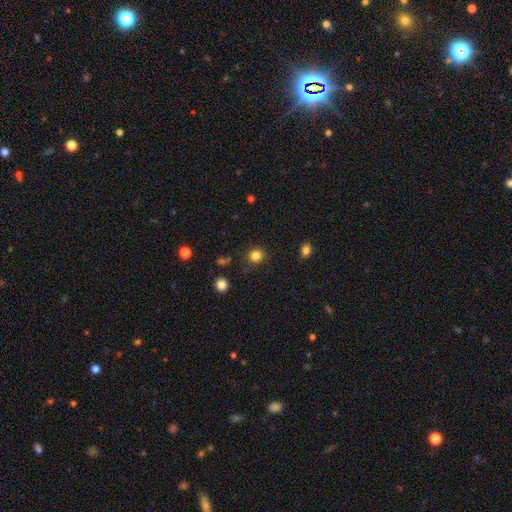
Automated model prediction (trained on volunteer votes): Smooth or featured?
  - smooth: 82% *
  - star or artifact: 13%
  - featured or disk: 5%
How rounded?
  - round: 82% *
  - in between: 17%
  - cigar-shaped: 1%
Merging?
  - none: 83% *
  - minor disturbance: 12%
  - major disturbance: 3%
  - merger: 2%